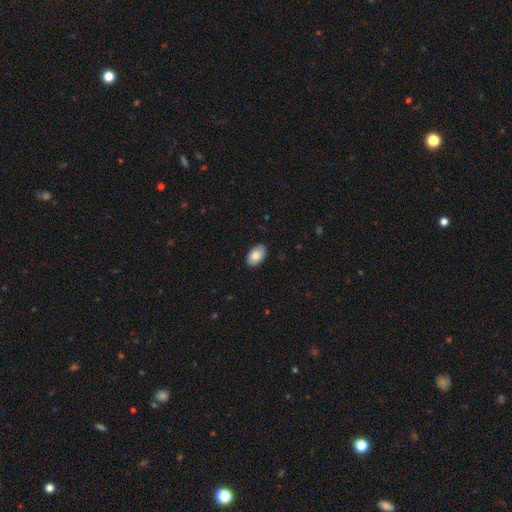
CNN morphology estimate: smooth-or-featured: smooth: 85% | featured or disk: 9% | star or artifact: 6%
  how-rounded: in between: 92% | round: 7% | cigar-shaped: 1%
  merging: none: 85% | minor disturbance: 13% | major disturbance: 2% | merger: 1%